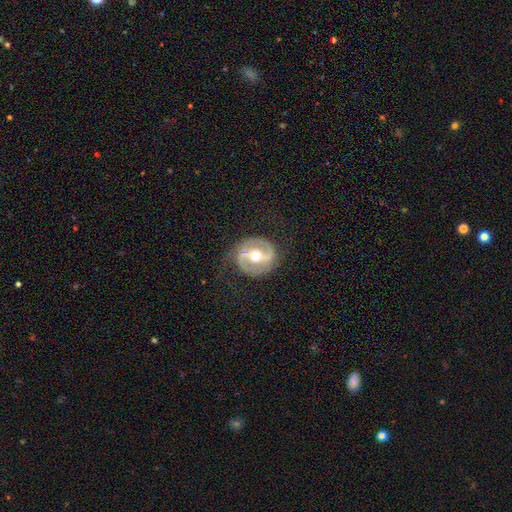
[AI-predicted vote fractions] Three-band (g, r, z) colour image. It shows a featured or disk galaxy (86%) with a strong bar (43%), 2 (91%) medium (49%) spiral arms (92%) and a moderate central bulge (76%). Merging: none (79%).